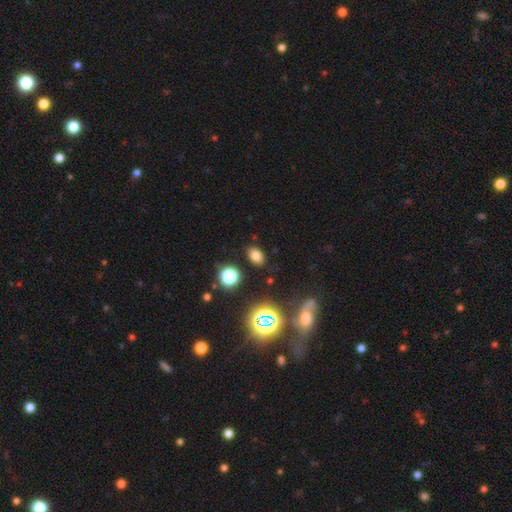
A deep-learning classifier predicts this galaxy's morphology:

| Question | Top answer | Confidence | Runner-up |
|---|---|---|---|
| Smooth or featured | smooth | 72% | star or artifact (20%) |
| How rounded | in between | 79% | round (19%) |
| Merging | none | 86% | minor disturbance (9%) |